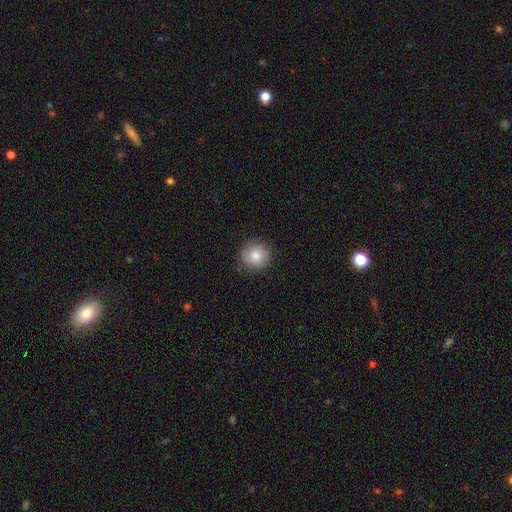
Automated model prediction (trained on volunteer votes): The model was most divided on "smooth or featured": smooth: 81%, featured or disk: 10%, star or artifact: 9%. More confident: how rounded — round (92%); merging — none (86%).